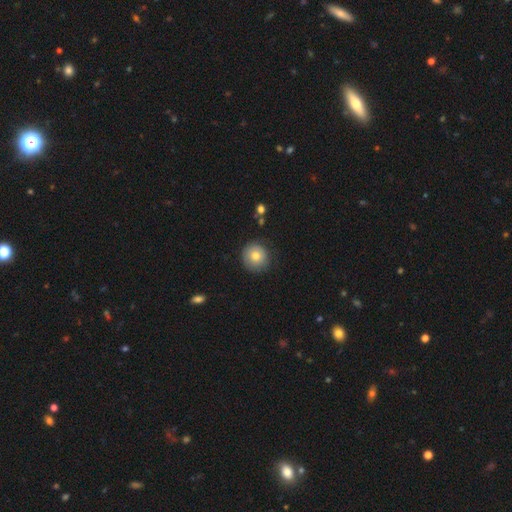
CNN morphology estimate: smooth-or-featured: smooth: 75% | featured or disk: 16% | star or artifact: 9%
  how-rounded: round: 94% | in between: 5% | cigar-shaped: 1%
  merging: none: 85% | minor disturbance: 11% | major disturbance: 3% | merger: 1%